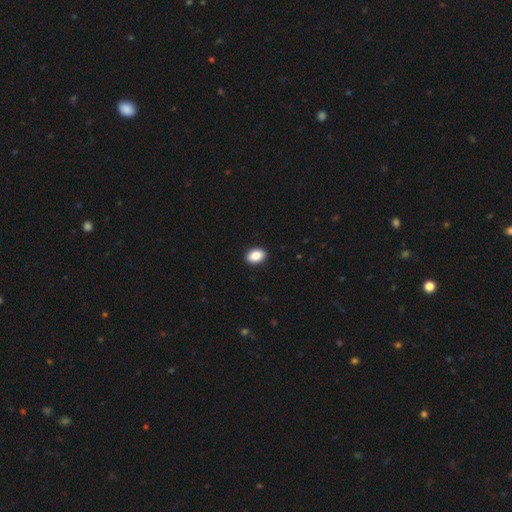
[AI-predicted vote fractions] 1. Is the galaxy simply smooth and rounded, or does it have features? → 88% smooth, 7% star or artifact, 4% featured or disk.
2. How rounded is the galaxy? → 87% in between, 12% round, 1% cigar-shaped.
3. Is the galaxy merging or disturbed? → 92% none, 6% minor disturbance, 2% major disturbance, 1% merger.